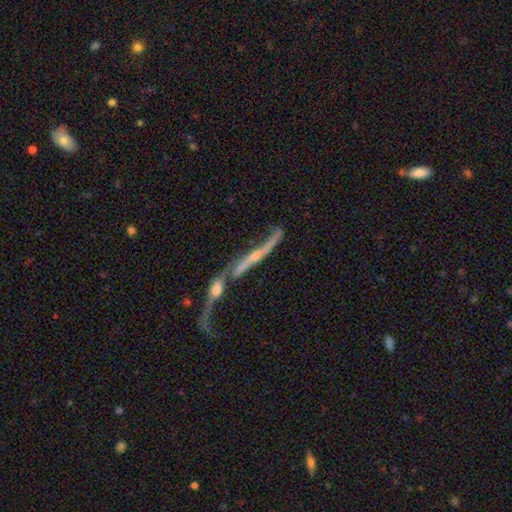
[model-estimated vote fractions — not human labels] Smooth or featured: featured or disk — 76% (smooth — 13%)
Edge-on disk: yes — 60% (no — 40%)
Merging: merger — 57% (none — 19%)